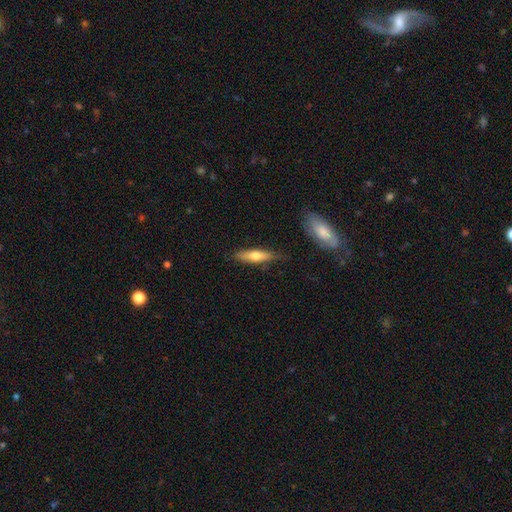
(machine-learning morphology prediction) Q: Smooth or featured?
A: smooth (61%); runner-up: featured or disk (33%)
Q: How rounded?
A: cigar-shaped (69%); runner-up: in between (29%)
Q: Merging?
A: none (78%); runner-up: minor disturbance (16%)